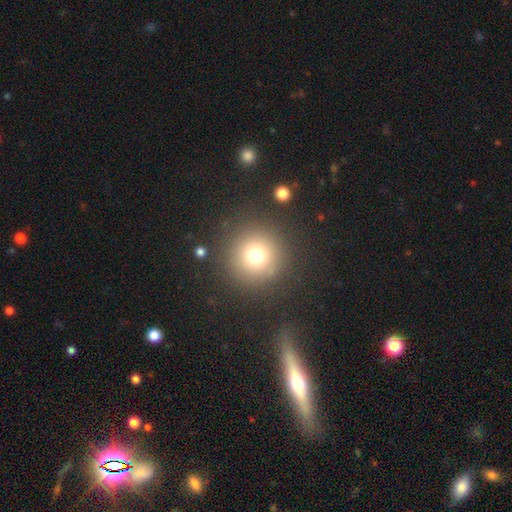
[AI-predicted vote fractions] Smooth or featured?
  - smooth: 74% *
  - star or artifact: 17%
  - featured or disk: 9%
How rounded?
  - round: 96% *
  - in between: 3%
  - cigar-shaped: 1%
Merging?
  - none: 87% *
  - minor disturbance: 7%
  - major disturbance: 4%
  - merger: 2%